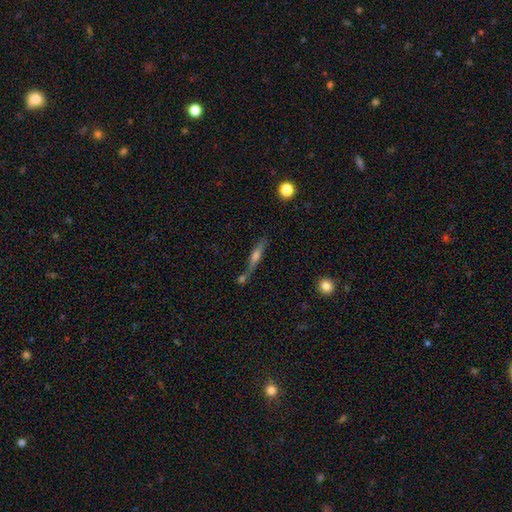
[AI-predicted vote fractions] Q: Smooth or featured?
A: featured or disk (59%); runner-up: smooth (31%)
Q: Edge-on disk?
A: yes (91%); runner-up: no (9%)
Q: Edge-on bulge?
A: rounded (79%); runner-up: boxy (11%)
Q: Merging?
A: none (58%); runner-up: merger (22%)